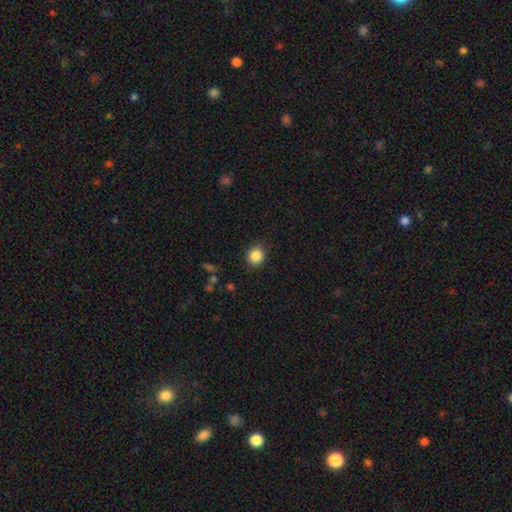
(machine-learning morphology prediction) type=smooth (86%); roundness=round (76%); merging=none (87%).